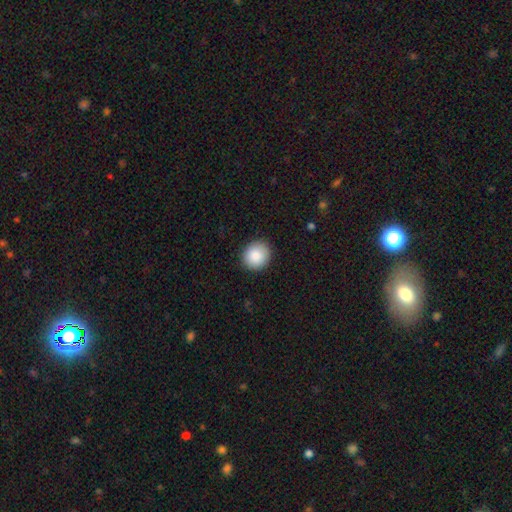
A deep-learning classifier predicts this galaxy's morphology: Overall: smooth (86%). How rounded: round (80%). Merging: none (90%).